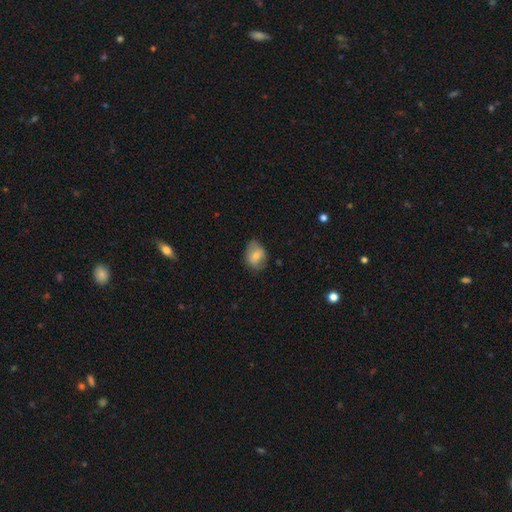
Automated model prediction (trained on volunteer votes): This appears to be a smooth galaxy with no disk features (68%) that is in between round and cigar-shaped (66%). Merging: none (68%).